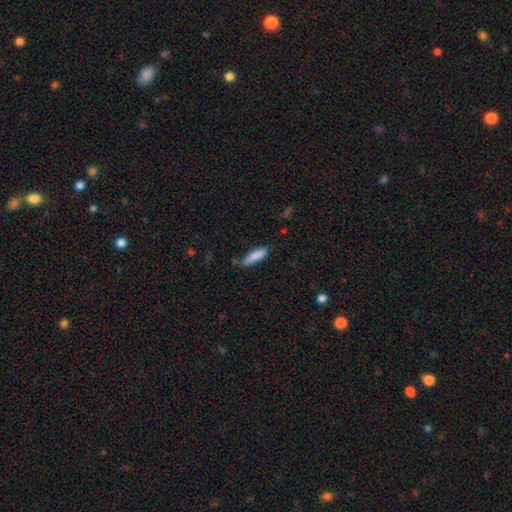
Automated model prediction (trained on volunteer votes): Smooth or featured? smooth (85%)
How rounded? cigar-shaped (71%)
Merging? none (72%)